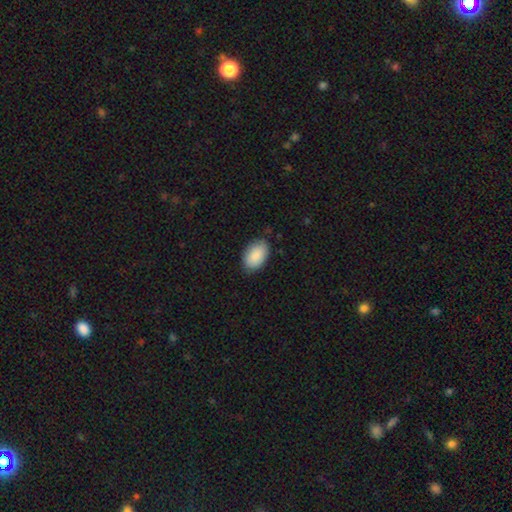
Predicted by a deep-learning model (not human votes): smooth-or-featured: smooth: 90% | star or artifact: 6% | featured or disk: 4%
  how-rounded: in between: 93% | round: 6% | cigar-shaped: 1%
  merging: none: 82% | minor disturbance: 15% | major disturbance: 2% | merger: 1%